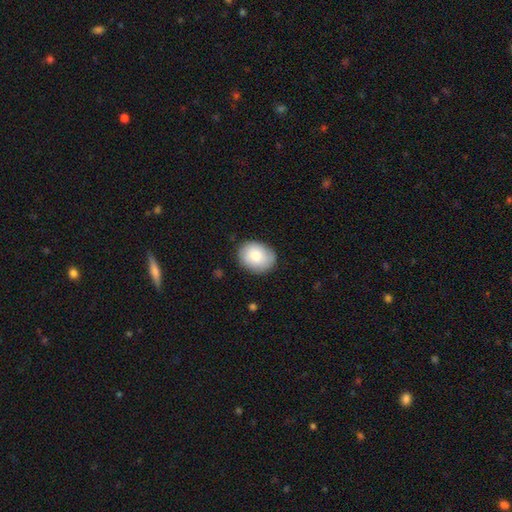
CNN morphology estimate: Smooth or featured? Predicted: smooth (p=0.81). How rounded? Predicted: round (p=0.50). Merging? Predicted: none (p=0.84).